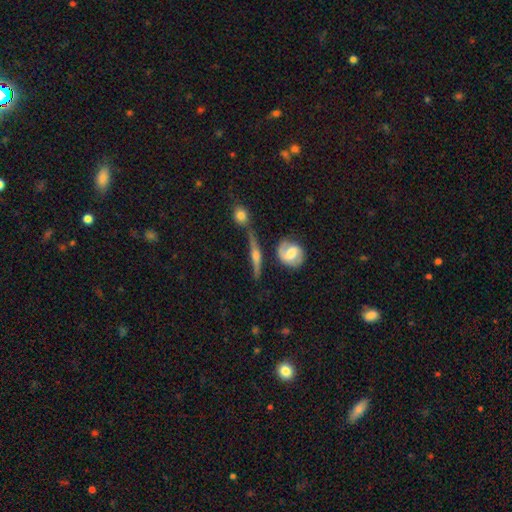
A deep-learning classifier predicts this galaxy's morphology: Smooth or featured?
  - featured or disk: 66% *
  - smooth: 24%
  - star or artifact: 9%
Edge-on disk?
  - yes: 78% *
  - no: 22%
Edge-on bulge?
  - rounded: 83% *
  - none: 9%
  - boxy: 8%
Merging?
  - none: 58% *
  - minor disturbance: 17%
  - merger: 17%
  - major disturbance: 8%